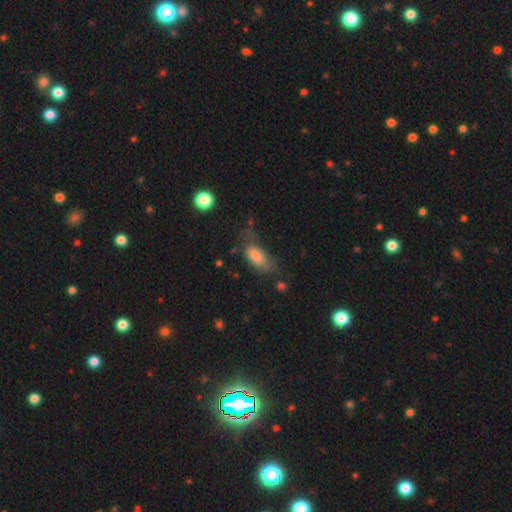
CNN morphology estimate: Smooth or featured?
  - smooth: 76% *
  - featured or disk: 16%
  - star or artifact: 9%
How rounded?
  - in between: 86% *
  - cigar-shaped: 10%
  - round: 4%
Merging?
  - none: 42% *
  - minor disturbance: 33%
  - major disturbance: 21%
  - merger: 4%